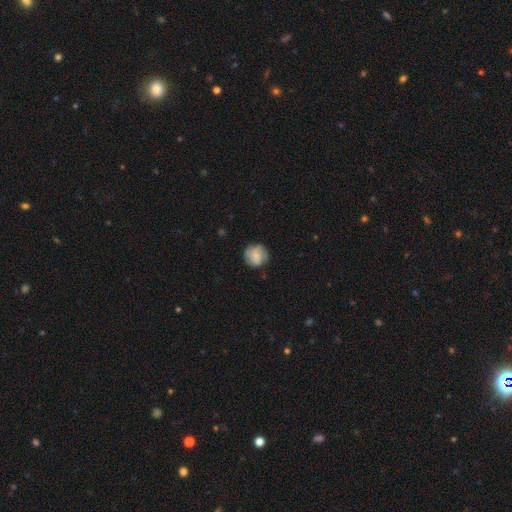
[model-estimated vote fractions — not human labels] smooth 63%, featured or disk 29%, star or artifact 8%. Down the decision tree: how rounded — round (87%); merging — none (73%).